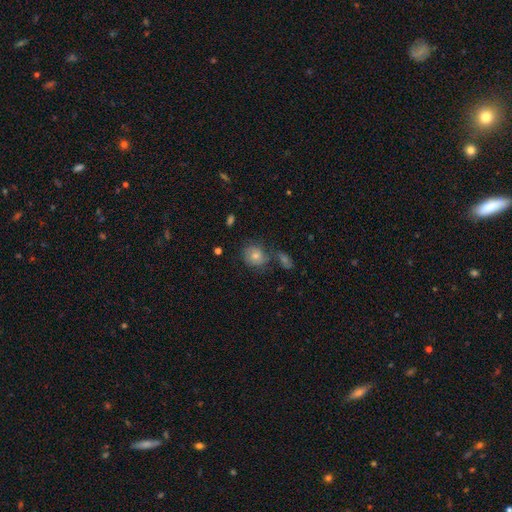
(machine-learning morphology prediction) Smooth or featured? Predicted: smooth (p=0.62). How rounded? Predicted: round (p=0.76). Merging? Predicted: none (p=0.66).